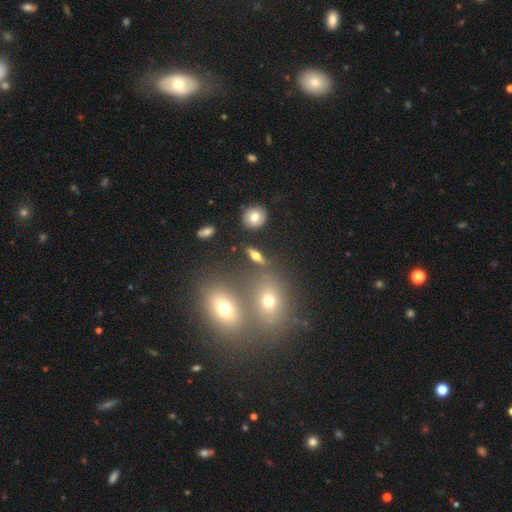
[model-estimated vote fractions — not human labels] Overall: smooth (52%; featured or disk 34%). How rounded: in between (52%; cigar-shaped 30%). Merging: none (78%).